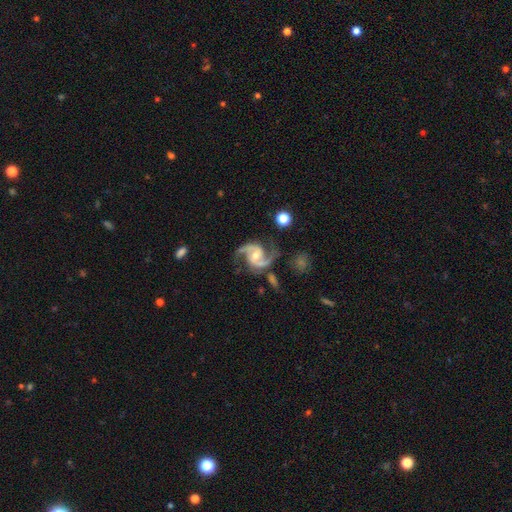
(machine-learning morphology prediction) Q: Smooth or featured?
A: featured or disk (93%); runner-up: star or artifact (4%)
Q: Edge-on disk?
A: no (98%); runner-up: yes (2%)
Q: Bar?
A: no (47%); runner-up: weak (38%)
Q: Spiral arms?
A: yes (98%); runner-up: no (2%)
Q: Spiral winding?
A: medium (60%); runner-up: loose (25%)
Q: Spiral arm count?
A: 2 (93%); runner-up: 3 (2%)
Q: Bulge size?
A: moderate (52%); runner-up: small (42%)
Q: Merging?
A: none (71%); runner-up: minor disturbance (16%)